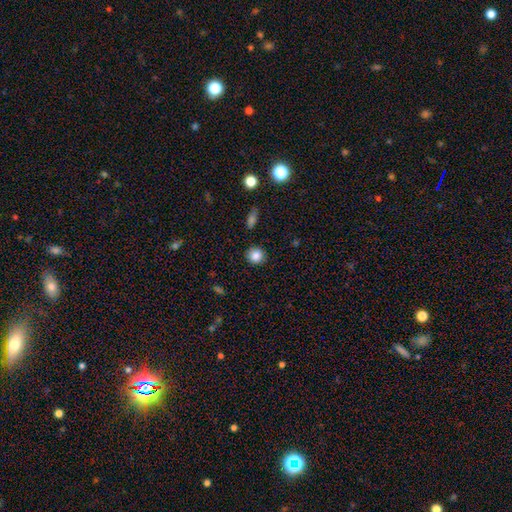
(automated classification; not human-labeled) Morphology: type=smooth (85%); roundness=round (91%); merging=none (90%).